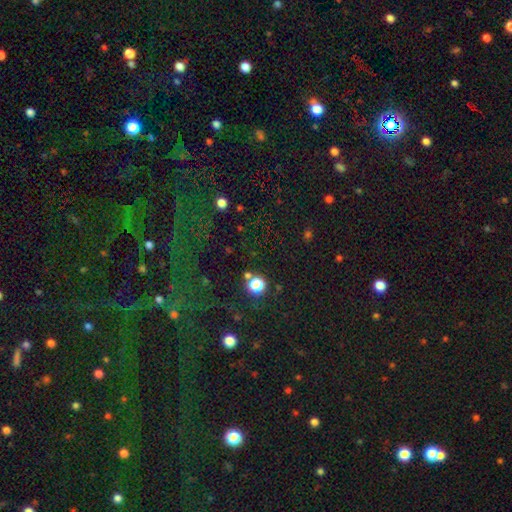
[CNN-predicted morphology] Smooth or featured?
  - star or artifact: 75% *
  - smooth: 17%
  - featured or disk: 8%